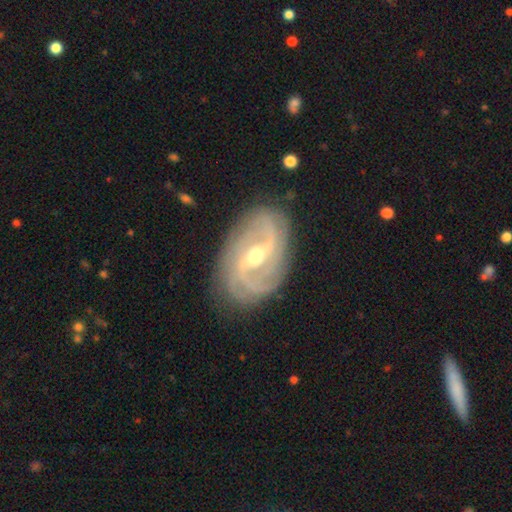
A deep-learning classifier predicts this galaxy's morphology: Overall: featured or disk (90%). Edge-on disk: no (96%). Bar: weak (44%; strong 42%). Spiral arms: yes (97%). Spiral arm count: 2 (36%; 3 24%). Spiral winding: tight (47%; medium 38%). Bulge size: moderate (62%; small 33%). Merging: none (82%).